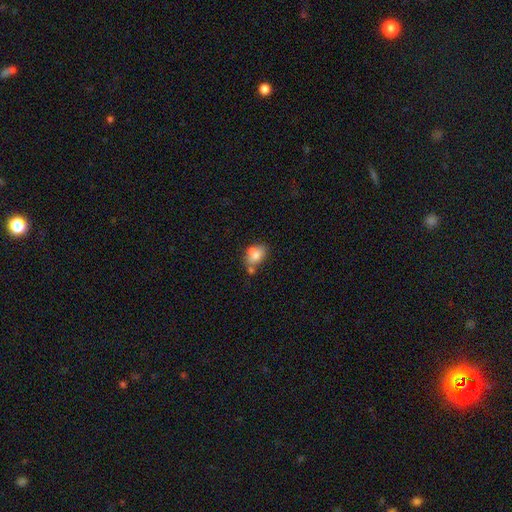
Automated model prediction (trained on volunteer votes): Smooth or featured?
  - smooth: 72% *
  - featured or disk: 19%
  - star or artifact: 10%
How rounded?
  - in between: 73% *
  - round: 25%
  - cigar-shaped: 2%
Merging?
  - none: 42% *
  - merger: 30%
  - minor disturbance: 20%
  - major disturbance: 7%